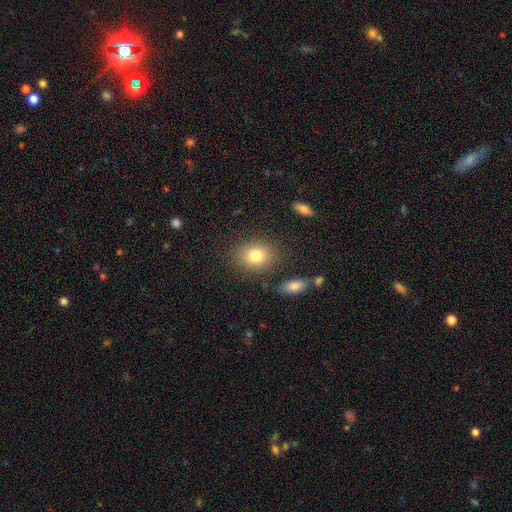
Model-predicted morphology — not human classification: The model was most divided on "how rounded": in between: 55%, round: 43%, cigar-shaped: 1%. More confident: merging — none (81%); smooth or featured — smooth (80%).